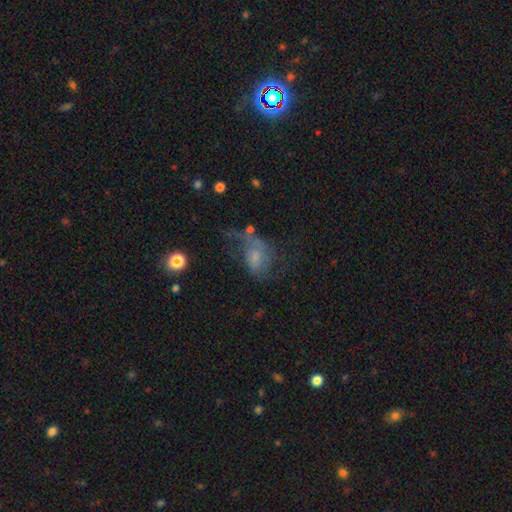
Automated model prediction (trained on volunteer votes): Overall: featured or disk (51%; smooth 36%). Edge-on disk: no (96%). Merging: major disturbance (44%; none 29%).